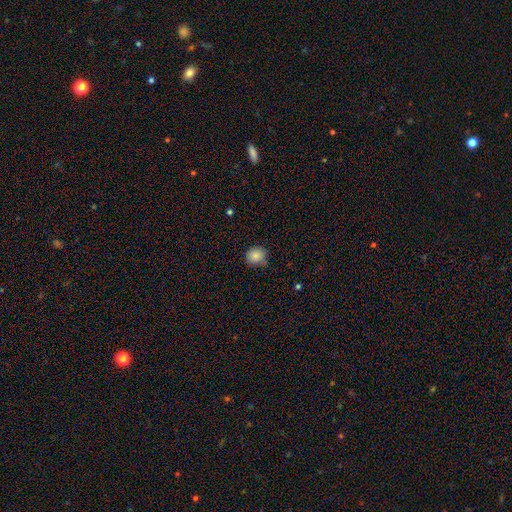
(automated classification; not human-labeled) smooth-or-featured: smooth: 85% | star or artifact: 10% | featured or disk: 6%
  how-rounded: round: 78% | in between: 21% | cigar-shaped: 1%
  merging: none: 74% | minor disturbance: 20% | major disturbance: 3% | merger: 3%